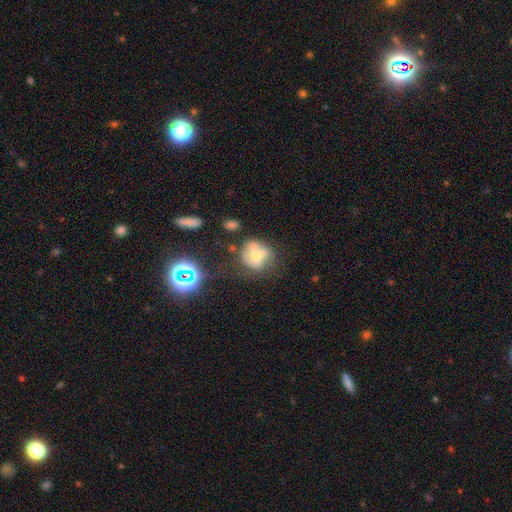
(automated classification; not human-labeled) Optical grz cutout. It shows a featured or disk galaxy (44%). Merging: none (37%).